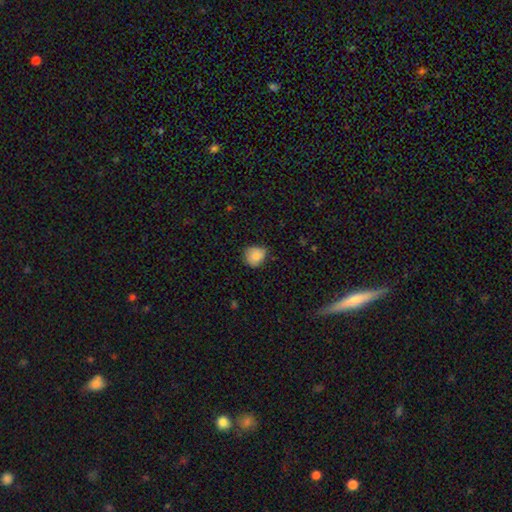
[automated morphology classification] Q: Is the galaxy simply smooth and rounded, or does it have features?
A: smooth — 85%.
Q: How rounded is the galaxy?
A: round — 77%.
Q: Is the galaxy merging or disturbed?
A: none — 67%.